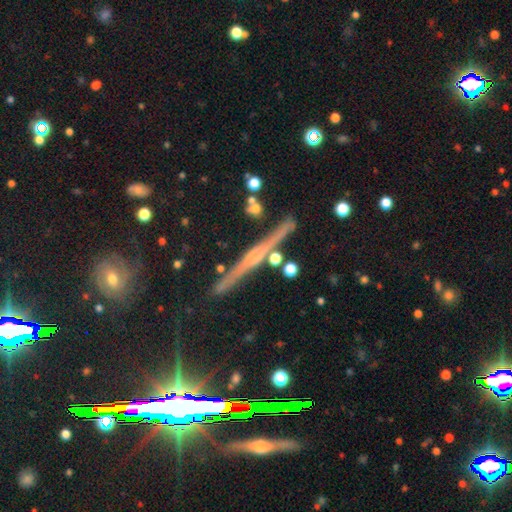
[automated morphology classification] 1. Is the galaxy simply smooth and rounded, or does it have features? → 69% featured or disk, 20% smooth, 11% star or artifact.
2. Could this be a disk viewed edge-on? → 97% yes, 3% no.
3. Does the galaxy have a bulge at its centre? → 47% rounded, 40% none, 13% boxy.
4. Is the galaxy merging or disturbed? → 86% none, 9% minor disturbance, 3% merger, 2% major disturbance.